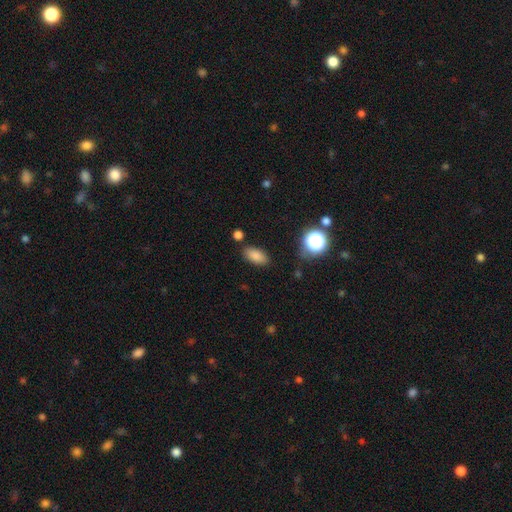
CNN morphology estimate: A smooth galaxy with no disk features (83%) that is in between round and cigar-shaped (90%).

Vote fractions:
- Smooth or featured? smooth: 83% / star or artifact: 11% / featured or disk: 6%
- How rounded? in between: 90% / cigar-shaped: 5% / round: 5%
- Merging? none: 83% / minor disturbance: 11% / merger: 3% / major disturbance: 3%